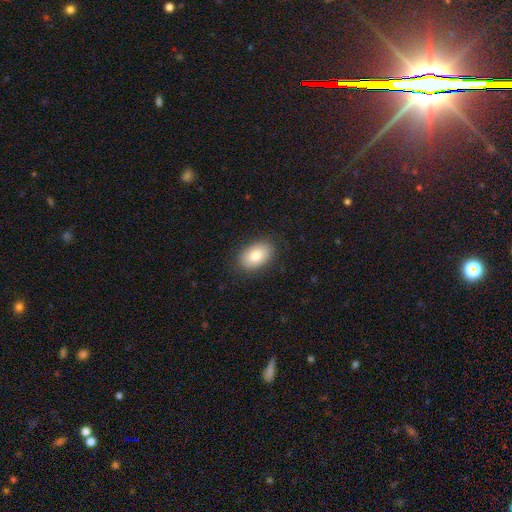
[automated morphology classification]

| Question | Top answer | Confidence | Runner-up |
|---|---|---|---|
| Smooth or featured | smooth | 84% | featured or disk (9%) |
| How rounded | in between | 90% | round (8%) |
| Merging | none | 87% | minor disturbance (10%) |